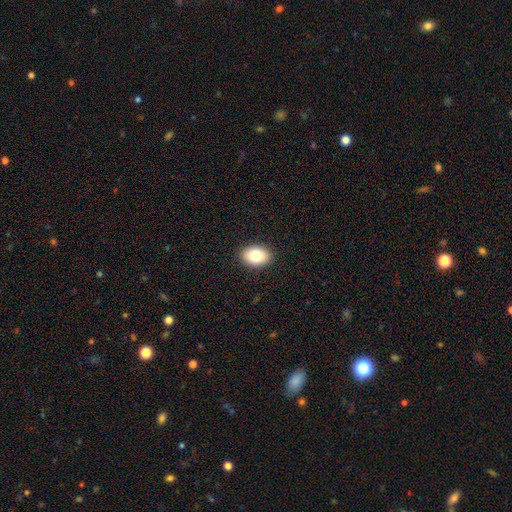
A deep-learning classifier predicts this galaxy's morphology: type=smooth (82%); roundness=in between (83%); merging=none (90%).